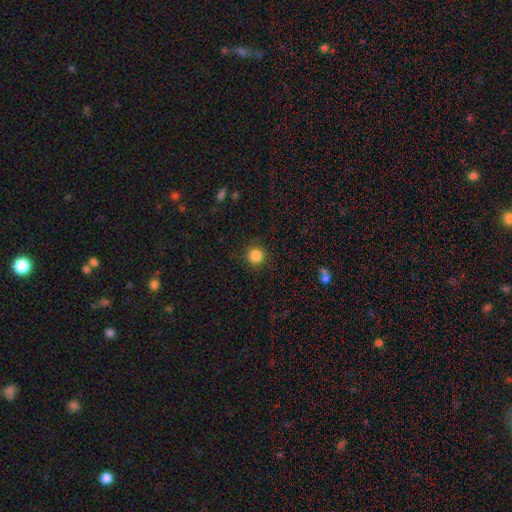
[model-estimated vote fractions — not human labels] A smooth galaxy with no disk features (85%) that is round (95%).

Vote fractions:
- Smooth or featured? smooth: 85% / star or artifact: 11% / featured or disk: 4%
- How rounded? round: 95% / in between: 4% / cigar-shaped: 1%
- Merging? none: 91% / minor disturbance: 6% / major disturbance: 2% / merger: 1%